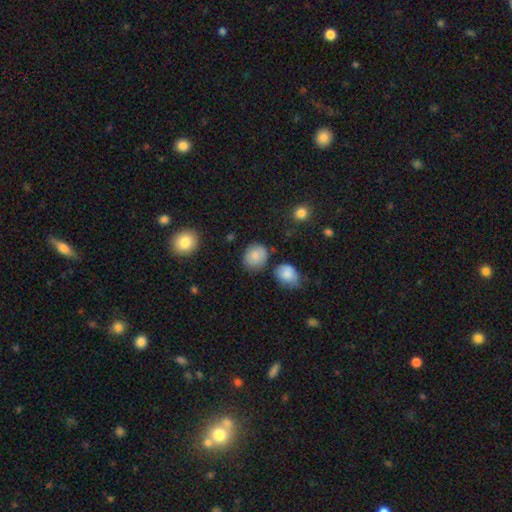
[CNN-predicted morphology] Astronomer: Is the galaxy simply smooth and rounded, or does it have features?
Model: smooth — 82%.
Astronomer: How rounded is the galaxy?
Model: round — 66%.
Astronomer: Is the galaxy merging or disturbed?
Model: none — 74%.